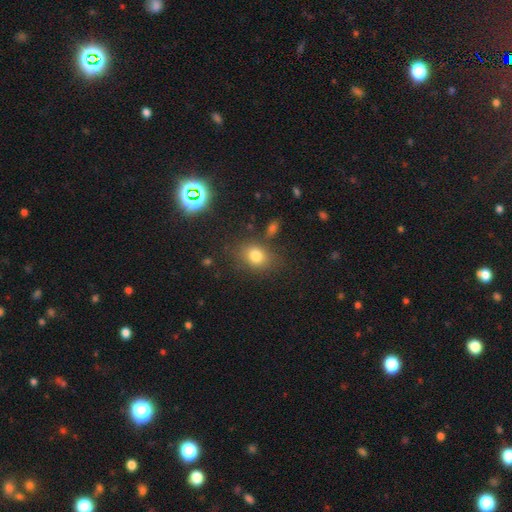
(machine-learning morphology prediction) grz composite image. It shows a smooth galaxy with no disk features (77%) that is in between round and cigar-shaped (55%). Merging: none (76%).